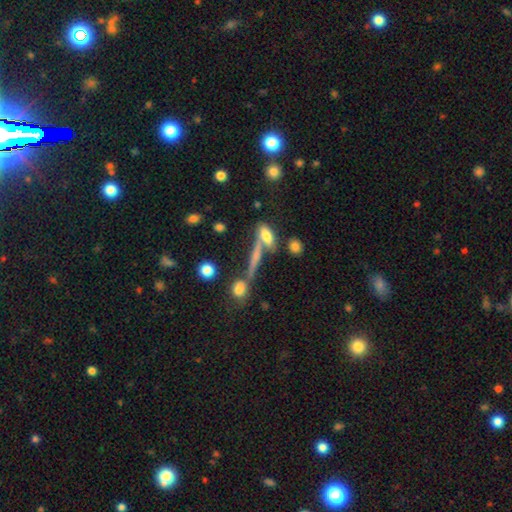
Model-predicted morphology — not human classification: smooth 50%, featured or disk 36%, star or artifact 14%. Down the decision tree: how rounded — cigar-shaped (70%); merging — none (52%).